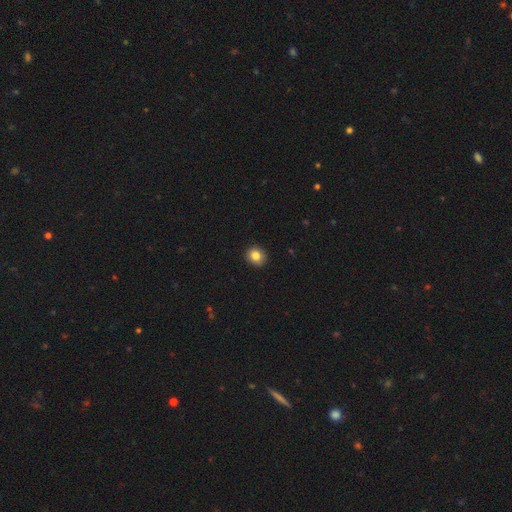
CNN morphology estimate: This appears to be a smooth galaxy with no disk features (84%) that is round (76%). Merging: none (90%).